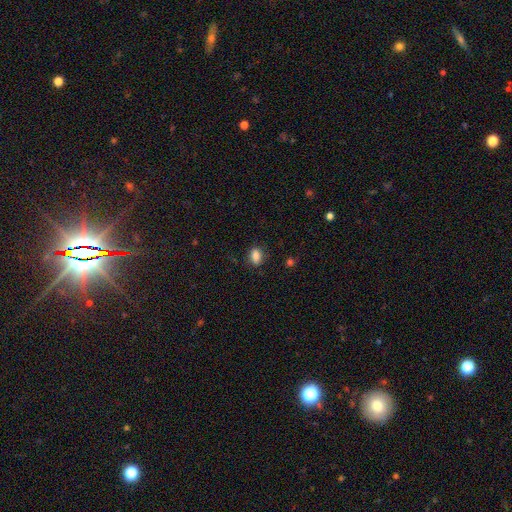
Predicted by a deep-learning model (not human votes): Overall: smooth (85%). How rounded: in between (78%). Merging: none (82%).